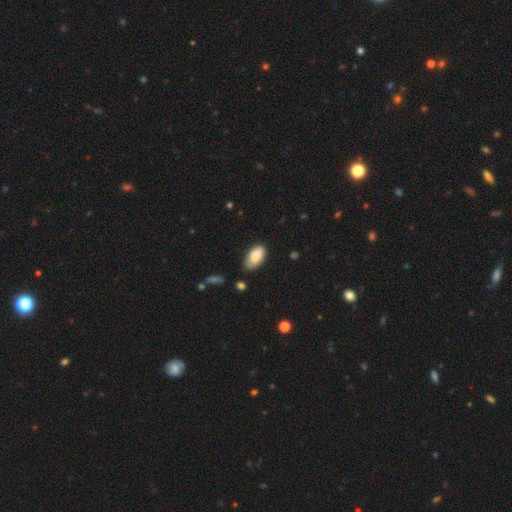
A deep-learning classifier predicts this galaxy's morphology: This appears to be a smooth galaxy with no disk features (87%) that is in between round and cigar-shaped (95%). Merging: none (70%).